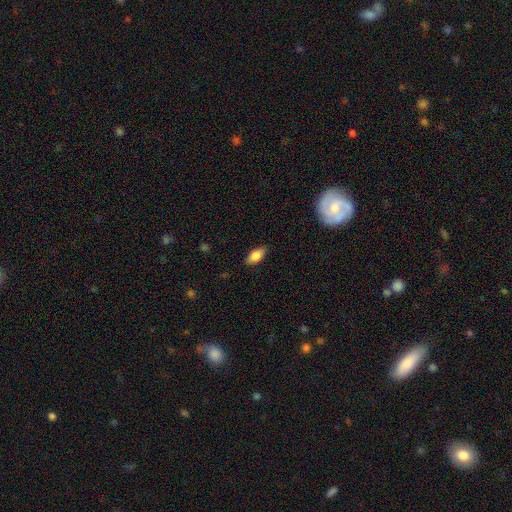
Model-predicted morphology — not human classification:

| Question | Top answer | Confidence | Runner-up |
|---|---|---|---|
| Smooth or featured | smooth | 83% | featured or disk (10%) |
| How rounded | in between | 89% | cigar-shaped (8%) |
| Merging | none | 85% | minor disturbance (12%) |